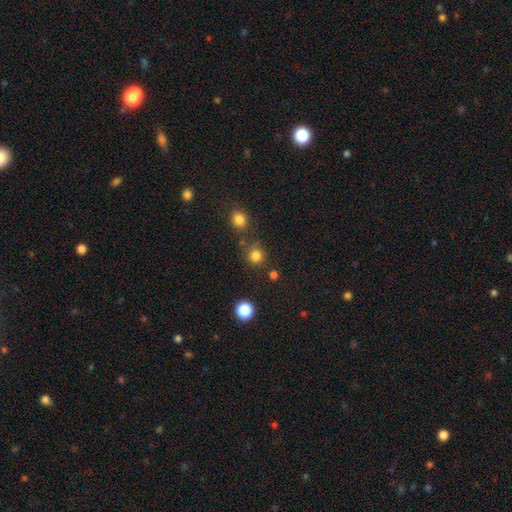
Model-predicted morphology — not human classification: Overall: smooth (81%). How rounded: round (90%). Merging: none (75%).